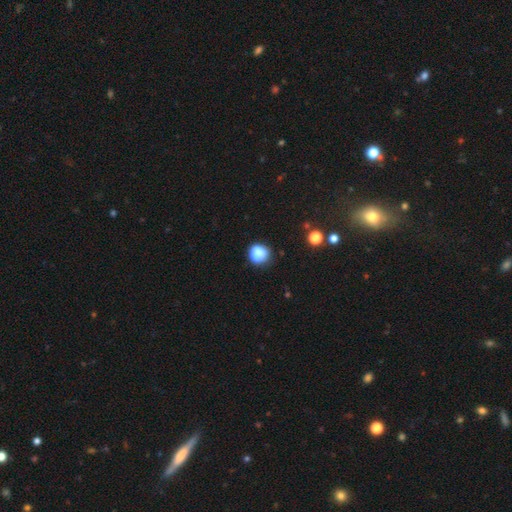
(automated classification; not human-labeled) smooth_or_featured: smooth (p=0.82) [alt: star or artifact p=0.10]
how_rounded: round (p=0.77) [alt: in between p=0.22]
merging: none (p=0.65) [alt: minor disturbance p=0.23]